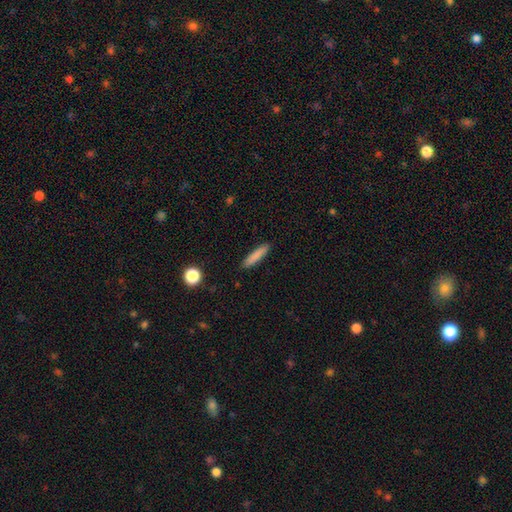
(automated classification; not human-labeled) A smooth galaxy with no disk features (84%) that is cigar-shaped (88%).

Vote fractions:
- Smooth or featured? smooth: 84% / featured or disk: 9% / star or artifact: 7%
- How rounded? cigar-shaped: 88% / in between: 11% / round: 1%
- Merging? none: 90% / minor disturbance: 7% / major disturbance: 2% / merger: 1%